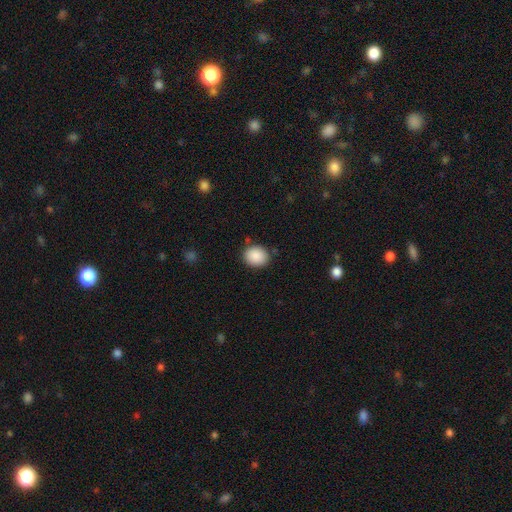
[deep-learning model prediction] smooth-or-featured: smooth: 89% | star or artifact: 8% | featured or disk: 3%
  how-rounded: round: 61% | in between: 38% | cigar-shaped: 1%
  merging: none: 84% | minor disturbance: 11% | major disturbance: 3% | merger: 2%